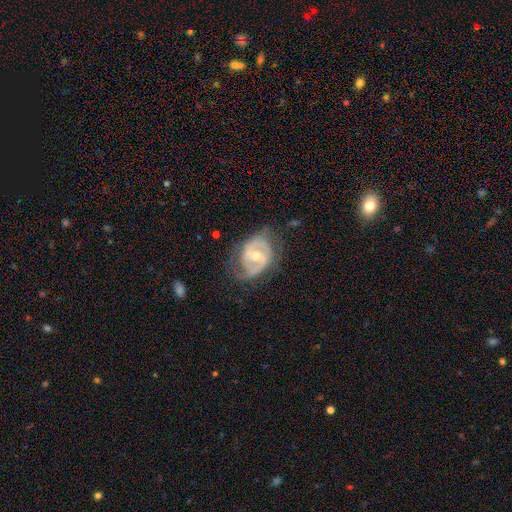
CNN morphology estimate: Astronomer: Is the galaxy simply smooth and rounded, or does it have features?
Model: featured or disk — 78%.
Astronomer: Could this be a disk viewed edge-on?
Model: no — 96%.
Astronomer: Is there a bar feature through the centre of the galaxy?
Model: weak — 46% (runner-up: no, 30%).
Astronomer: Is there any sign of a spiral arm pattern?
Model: yes — 77%.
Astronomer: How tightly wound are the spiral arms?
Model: tight — 41% (runner-up: medium, 40%).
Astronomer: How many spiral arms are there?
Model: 2 — 63%.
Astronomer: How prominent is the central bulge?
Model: moderate — 60% (runner-up: small, 35%).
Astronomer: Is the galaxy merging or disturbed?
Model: none — 58%.